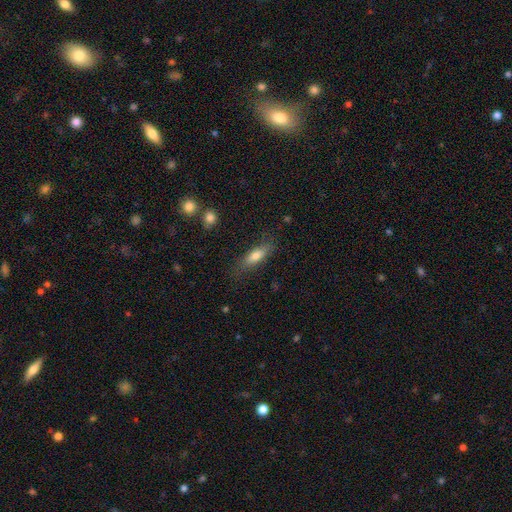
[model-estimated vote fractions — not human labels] smooth_or_featured: smooth (p=0.73) [alt: featured or disk p=0.20]
how_rounded: in between (p=0.50) [alt: cigar-shaped p=0.48]
merging: none (p=0.76) [alt: minor disturbance p=0.17]